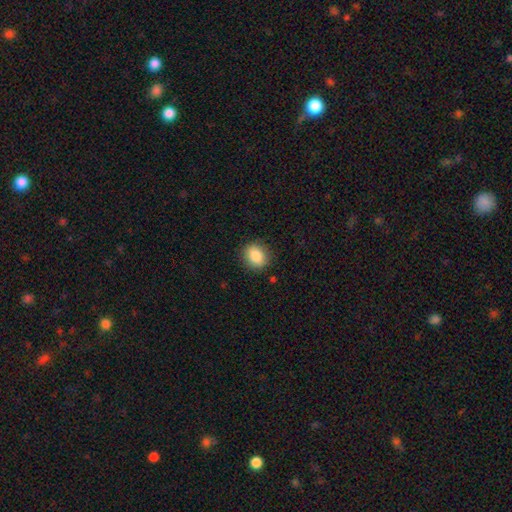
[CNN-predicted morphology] A smooth galaxy with no disk features (85%) that is round (60%).

Vote fractions:
- Smooth or featured? smooth: 85% / star or artifact: 8% / featured or disk: 6%
- How rounded? round: 60% / in between: 39% / cigar-shaped: 1%
- Merging? none: 86% / minor disturbance: 10% / major disturbance: 3% / merger: 1%